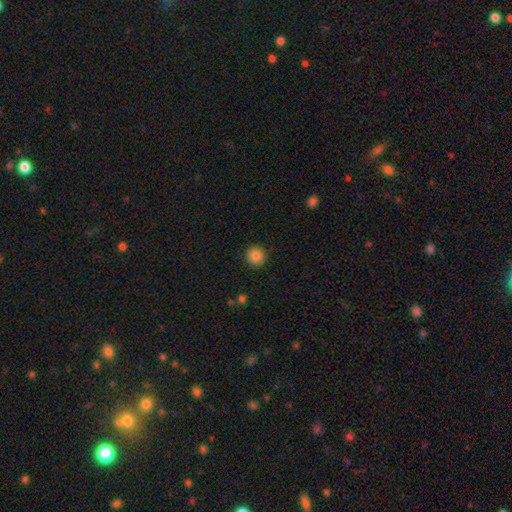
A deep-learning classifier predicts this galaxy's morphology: type=smooth (86%); roundness=round (94%); merging=none (92%).